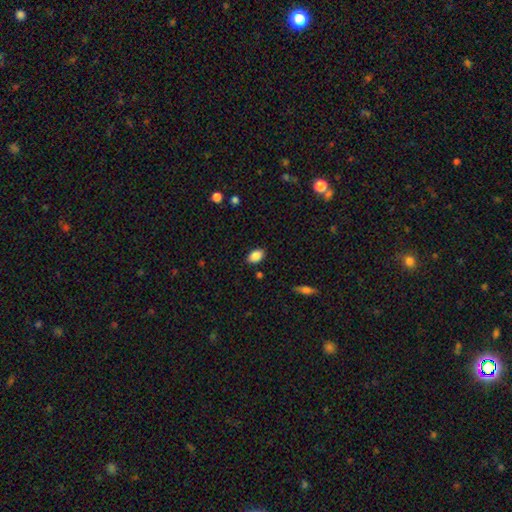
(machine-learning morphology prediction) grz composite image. It shows a smooth galaxy with no disk features (87%) that is in between round and cigar-shaped (88%). Merging: none (85%).